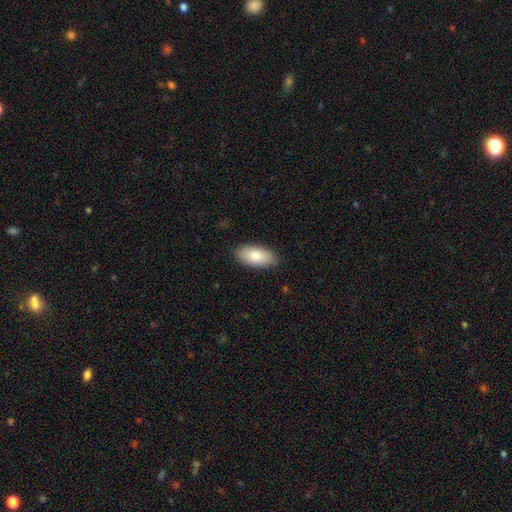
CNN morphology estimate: smooth-or-featured: smooth: 81% | featured or disk: 13% | star or artifact: 6%
  how-rounded: in between: 92% | cigar-shaped: 6% | round: 2%
  merging: none: 86% | minor disturbance: 10% | major disturbance: 2% | merger: 1%